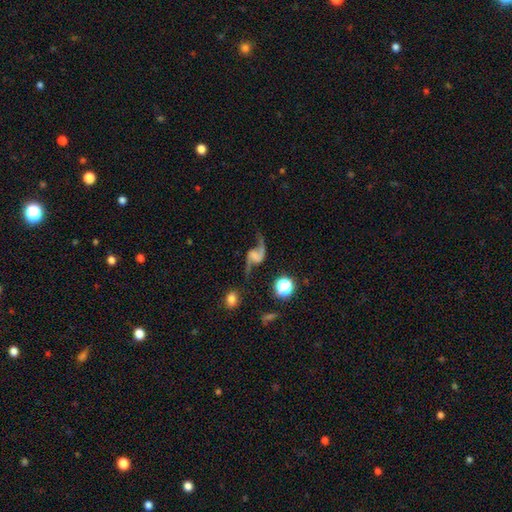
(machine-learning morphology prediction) Smooth or featured: featured or disk — 83% (star or artifact — 9%)
Edge-on disk: no — 97% (yes — 3%)
Bar: no — 56% (weak — 31%)
Spiral arms: yes — 95% (no — 5%)
Spiral winding: loose — 88% (medium — 10%)
Spiral arm count: 2 — 90% (1 — 6%)
Bulge size: none — 63% (small — 14%)
Merging: none — 62% (minor disturbance — 16%)